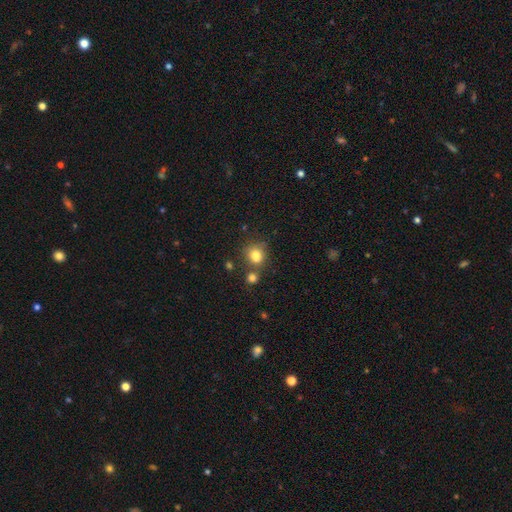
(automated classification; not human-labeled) A smooth galaxy with no disk features (81%) that is round (73%). Merging: none (60%).